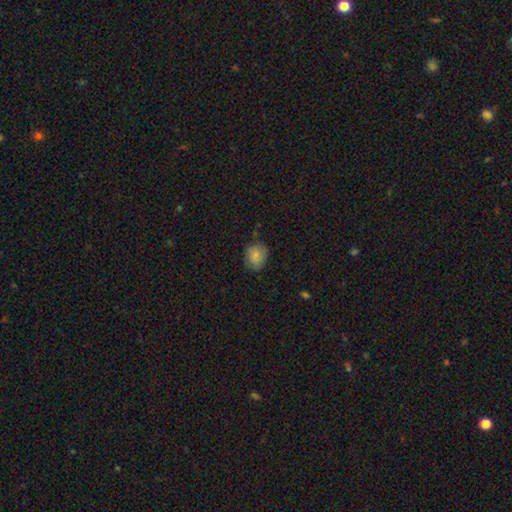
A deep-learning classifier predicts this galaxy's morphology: A smooth galaxy with no disk features (83%) that is round (60%).

Vote fractions:
- Smooth or featured? smooth: 83% / featured or disk: 9% / star or artifact: 8%
- How rounded? round: 60% / in between: 39% / cigar-shaped: 1%
- Merging? none: 73% / minor disturbance: 21% / major disturbance: 4% / merger: 2%